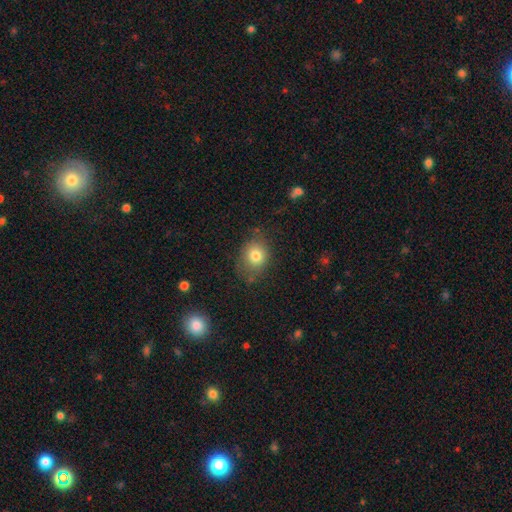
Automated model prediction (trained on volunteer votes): This is likely a smooth galaxy (78%). How rounded: possibly round (53%). Merging: likely none (69%).